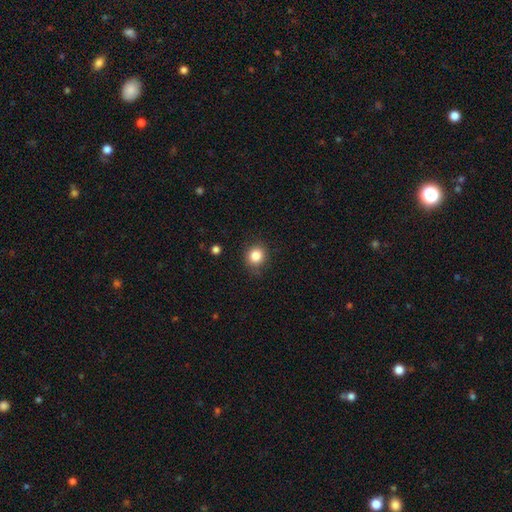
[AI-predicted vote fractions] This appears to be a smooth galaxy with no disk features (84%) that is round (82%). Merging: none (84%).